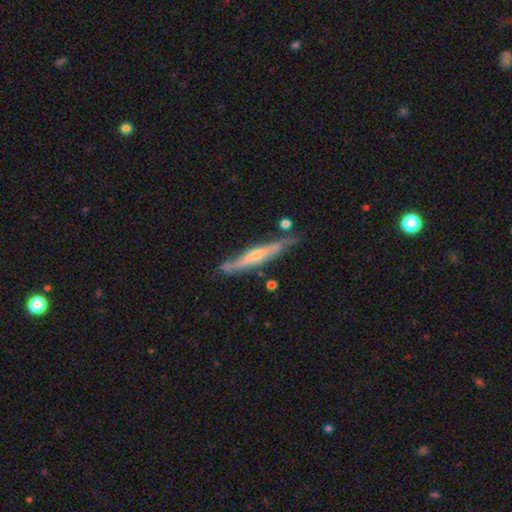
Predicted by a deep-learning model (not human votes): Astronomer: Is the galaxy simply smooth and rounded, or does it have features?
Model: featured or disk — 67%.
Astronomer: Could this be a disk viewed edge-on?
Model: yes — 92%.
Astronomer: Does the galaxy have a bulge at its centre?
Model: rounded — 61%.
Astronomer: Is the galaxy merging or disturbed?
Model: none — 70%.